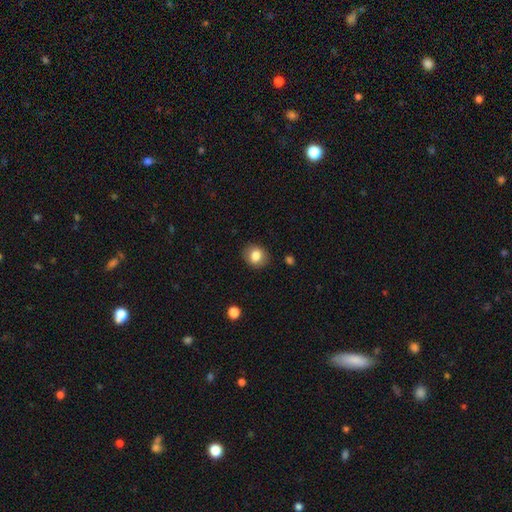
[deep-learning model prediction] Q: Smooth or featured?
A: smooth (82%); runner-up: featured or disk (10%)
Q: How rounded?
A: round (65%); runner-up: in between (34%)
Q: Merging?
A: none (87%); runner-up: minor disturbance (10%)